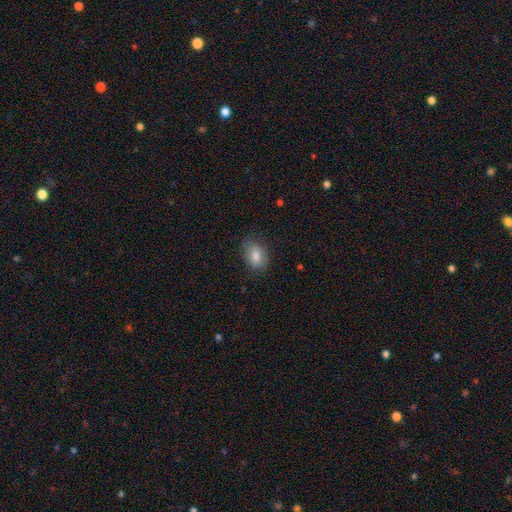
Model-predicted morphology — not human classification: Smooth or featured: smooth — 77% (featured or disk — 15%)
How rounded: in between — 83% (round — 15%)
Merging: none — 75% (minor disturbance — 19%)